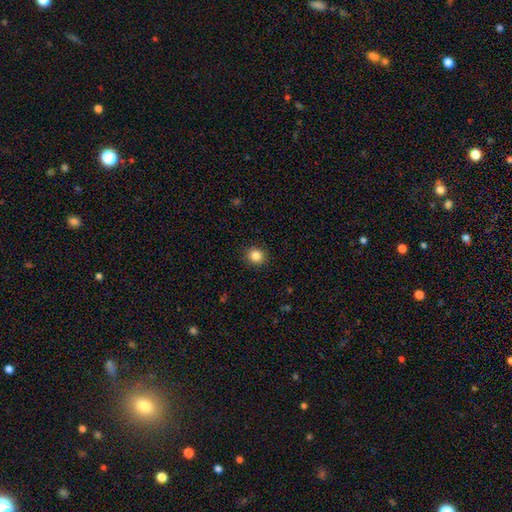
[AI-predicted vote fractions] A smooth galaxy with no disk features (85%) that is round (82%).

Vote fractions:
- Smooth or featured? smooth: 85% / star or artifact: 11% / featured or disk: 4%
- How rounded? round: 82% / in between: 17% / cigar-shaped: 1%
- Merging? none: 90% / minor disturbance: 7% / major disturbance: 2% / merger: 1%